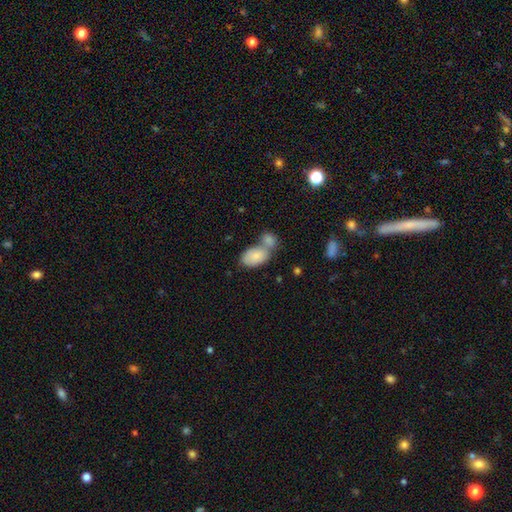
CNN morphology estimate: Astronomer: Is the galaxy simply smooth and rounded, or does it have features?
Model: smooth — 82%.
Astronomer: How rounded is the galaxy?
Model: in between — 92%.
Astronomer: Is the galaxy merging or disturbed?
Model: merger — 57%.